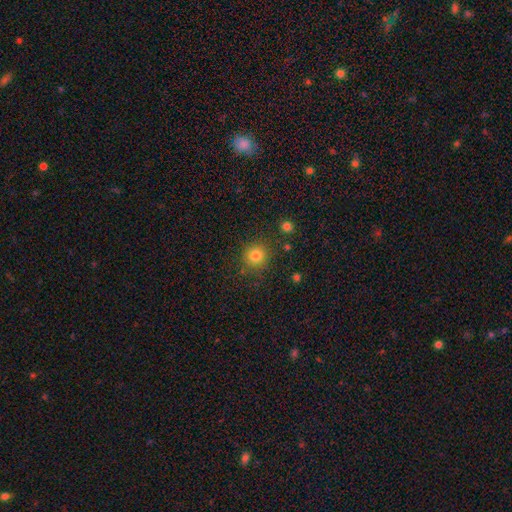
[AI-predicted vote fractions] Morphology: type=smooth (81%); roundness=round (92%); merging=none (86%).